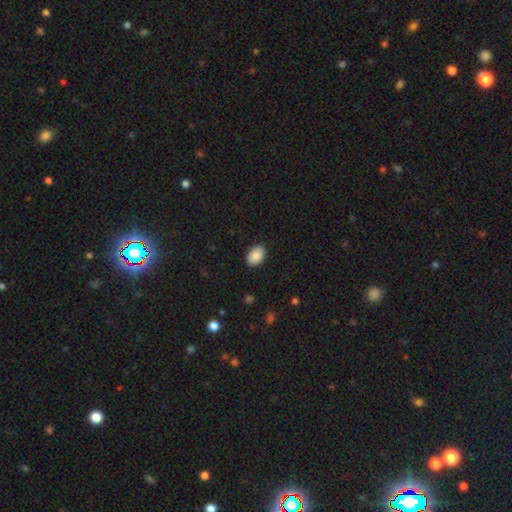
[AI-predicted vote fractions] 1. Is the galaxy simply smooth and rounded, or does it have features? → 90% smooth, 7% star or artifact, 4% featured or disk.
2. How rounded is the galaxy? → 85% in between, 14% round, 1% cigar-shaped.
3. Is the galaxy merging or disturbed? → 89% none, 8% minor disturbance, 2% major disturbance, 1% merger.